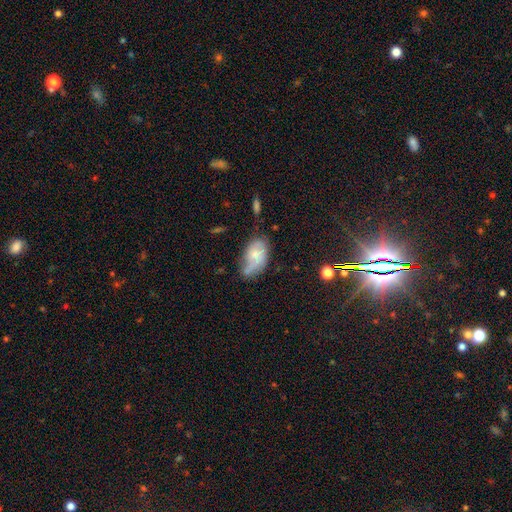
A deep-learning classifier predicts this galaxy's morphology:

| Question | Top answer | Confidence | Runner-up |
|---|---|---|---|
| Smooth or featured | smooth | 56% | featured or disk (36%) |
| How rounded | in between | 91% | round (7%) |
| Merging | none | 36% | minor disturbance (33%) |